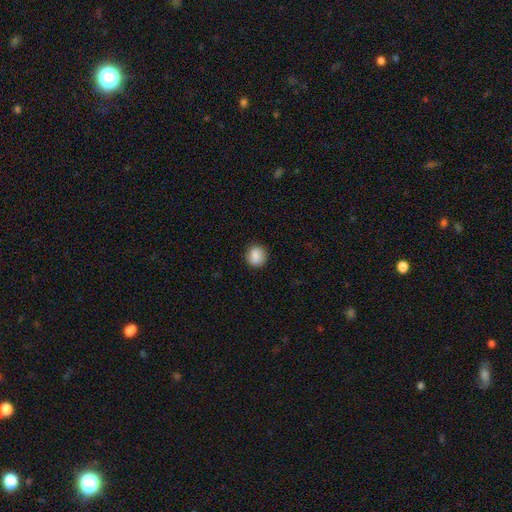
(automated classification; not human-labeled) This appears to be a smooth galaxy with no disk features (86%) that is round (79%). Merging: none (87%).